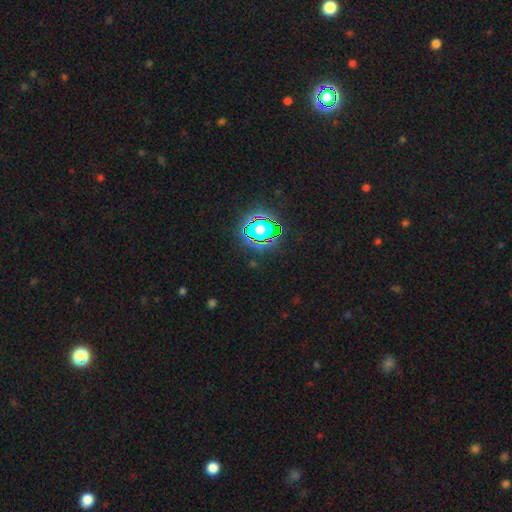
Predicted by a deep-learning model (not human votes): This is clearly a star or artifact rather than a galaxy (81%).